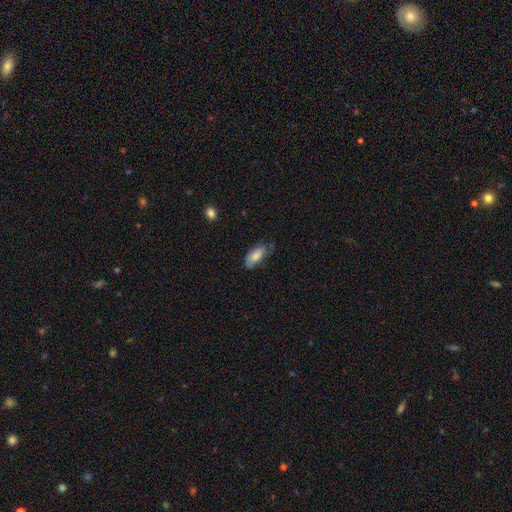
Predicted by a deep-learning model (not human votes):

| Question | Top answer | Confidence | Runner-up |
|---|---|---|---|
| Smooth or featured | smooth | 76% | featured or disk (17%) |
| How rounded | in between | 87% | cigar-shaped (11%) |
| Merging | none | 55% | minor disturbance (34%) |